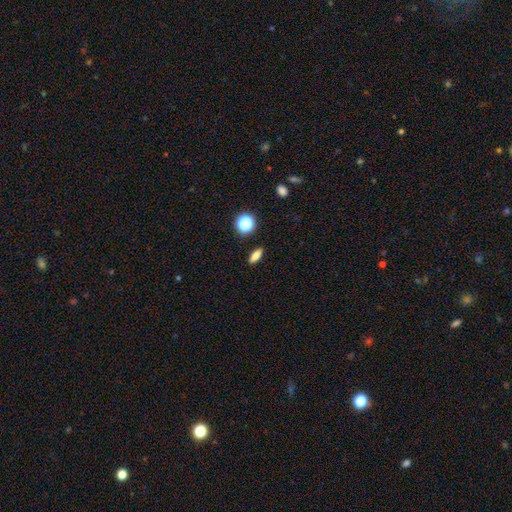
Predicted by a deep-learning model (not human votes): Morphology: type=smooth (75%); roundness=in between (59%); merging=none (89%).